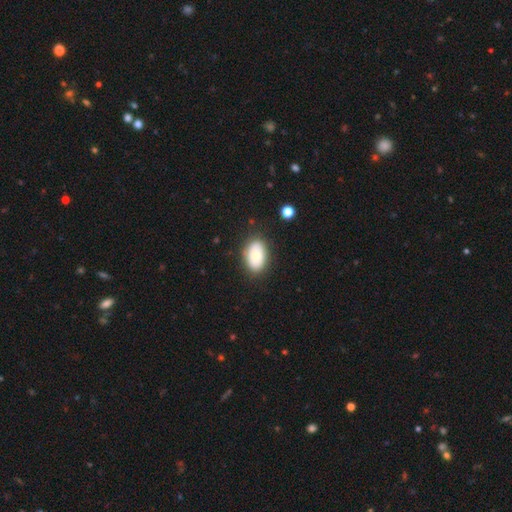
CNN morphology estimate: Smooth or featured?
  - smooth: 71% *
  - featured or disk: 22%
  - star or artifact: 7%
How rounded?
  - in between: 88% *
  - round: 11%
  - cigar-shaped: 1%
Merging?
  - none: 83% *
  - minor disturbance: 12%
  - major disturbance: 3%
  - merger: 2%